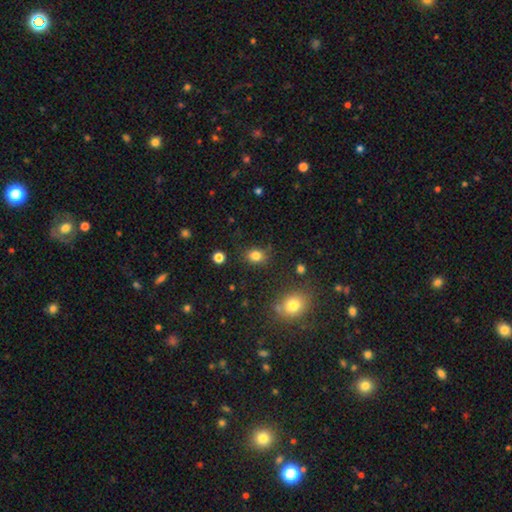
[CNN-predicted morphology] This is clearly a smooth galaxy (82%). How rounded: possibly in between (57%). Merging: clearly none (81%).